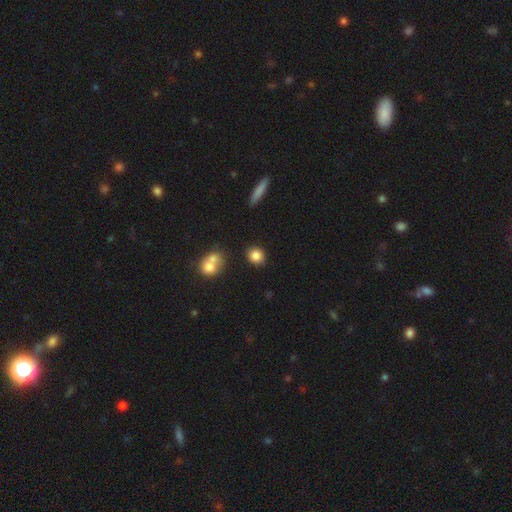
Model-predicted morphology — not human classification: Smooth or featured? smooth (84%)
How rounded? round (80%)
Merging? none (83%)